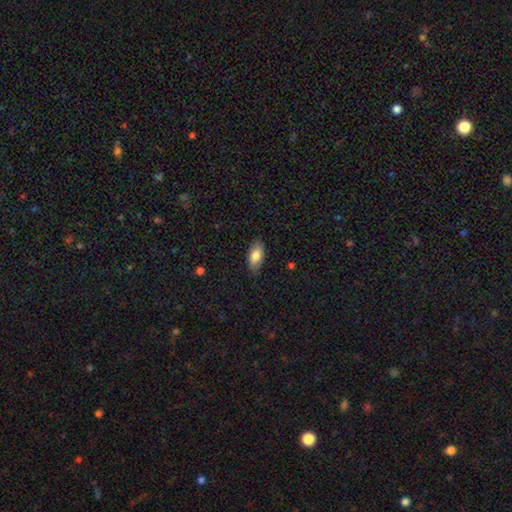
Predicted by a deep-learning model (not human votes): smooth-or-featured: smooth: 80% | featured or disk: 14% | star or artifact: 7%
  how-rounded: in between: 90% | cigar-shaped: 7% | round: 3%
  merging: none: 82% | minor disturbance: 15% | major disturbance: 3% | merger: 1%